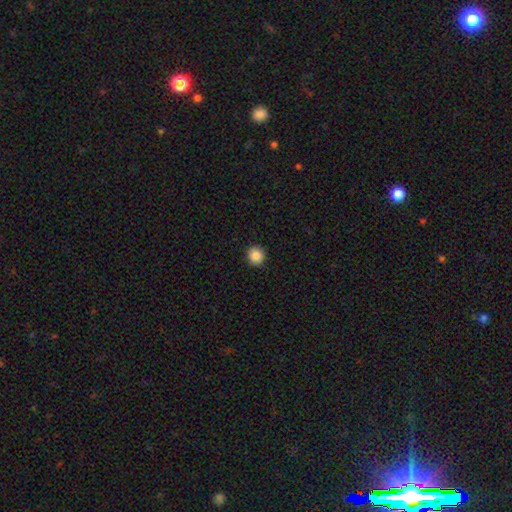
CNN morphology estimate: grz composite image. It shows a smooth galaxy with no disk features (87%) that is round (90%). Merging: none (92%).